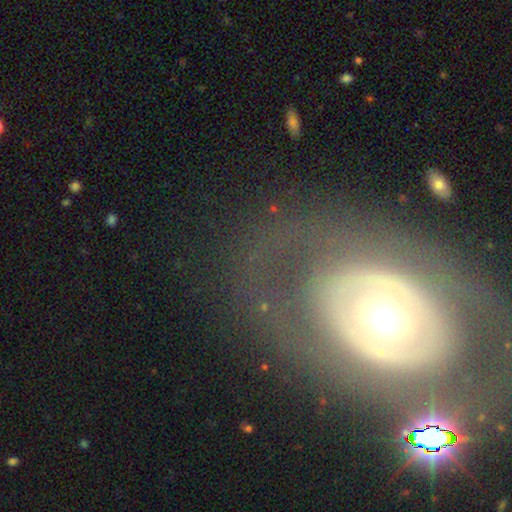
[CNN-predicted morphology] smooth_or_featured: featured or disk (p=0.67) [alt: smooth p=0.23]
disk_edge_on: no (p=0.92) [alt: yes p=0.08]
bar: no (p=0.79) [alt: weak p=0.13]
has_spiral_arms: no (p=0.67) [alt: yes p=0.33]
bulge_size: moderate (p=0.62) [alt: large p=0.22]
merging: none (p=0.67) [alt: major disturbance p=0.16]